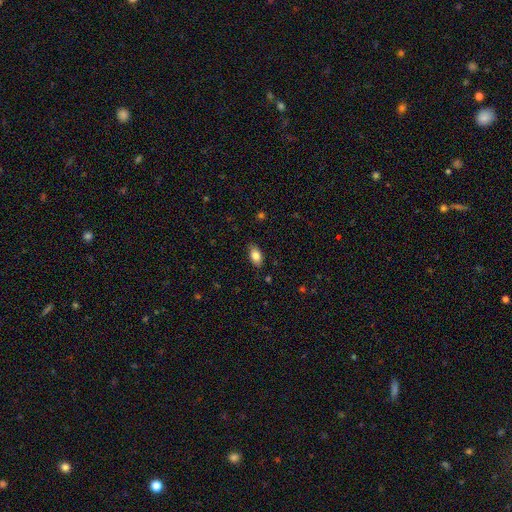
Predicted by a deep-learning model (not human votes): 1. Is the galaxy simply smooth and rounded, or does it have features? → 83% smooth, 9% featured or disk, 8% star or artifact.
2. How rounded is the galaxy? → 90% in between, 5% round, 5% cigar-shaped.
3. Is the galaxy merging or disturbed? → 85% none, 11% minor disturbance, 2% major disturbance, 1% merger.